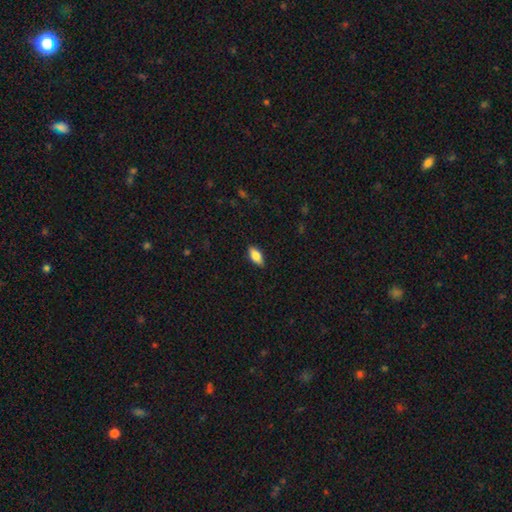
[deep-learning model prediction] Smooth or featured?
  - smooth: 80% *
  - featured or disk: 14%
  - star or artifact: 7%
How rounded?
  - in between: 87% *
  - cigar-shaped: 10%
  - round: 3%
Merging?
  - none: 87% *
  - minor disturbance: 10%
  - major disturbance: 2%
  - merger: 1%